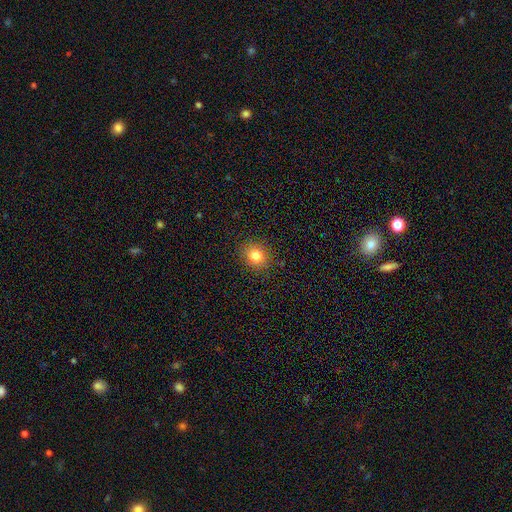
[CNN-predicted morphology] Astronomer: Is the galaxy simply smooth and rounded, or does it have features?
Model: smooth — 81%.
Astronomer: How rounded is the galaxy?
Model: round — 78%.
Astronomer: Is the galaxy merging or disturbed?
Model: none — 89%.